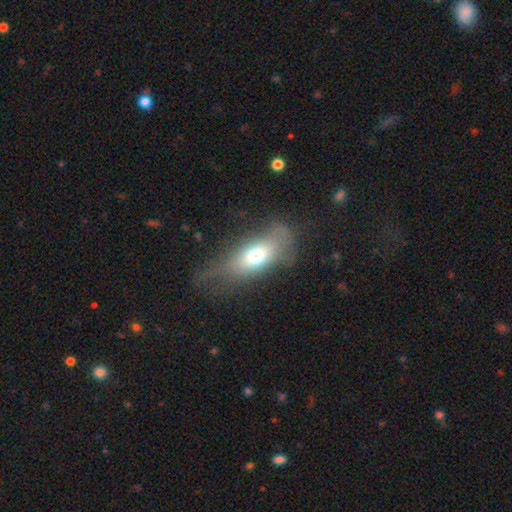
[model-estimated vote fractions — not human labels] This appears to be a smooth galaxy with no disk features (64%) that is in between round and cigar-shaped (81%). Merging: major disturbance (36%).